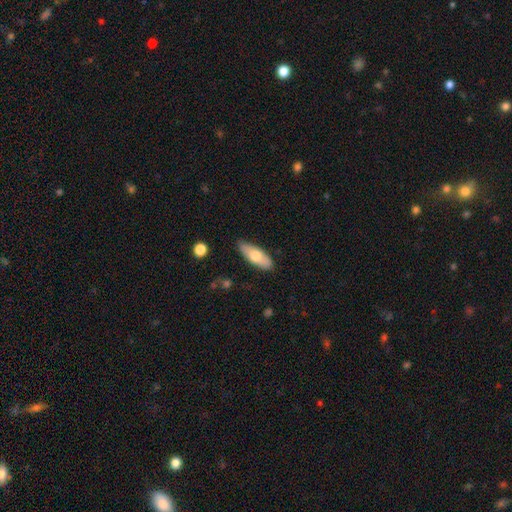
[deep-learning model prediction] smooth_or_featured: smooth (p=0.71) [alt: featured or disk p=0.23]
how_rounded: in between (p=0.71) [alt: cigar-shaped p=0.27]
merging: none (p=0.82) [alt: minor disturbance p=0.14]